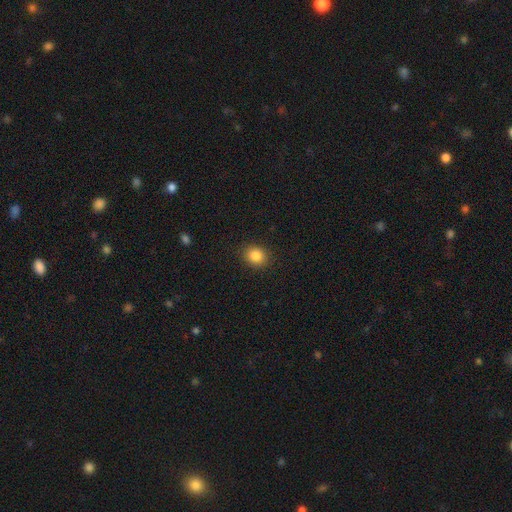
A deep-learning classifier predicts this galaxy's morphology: type=smooth (85%); roundness=round (64%); merging=none (89%).